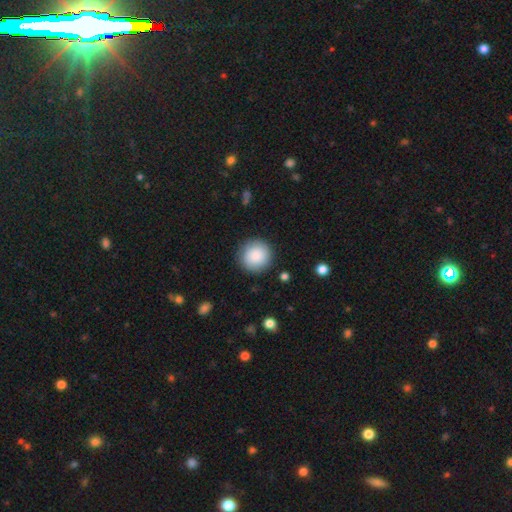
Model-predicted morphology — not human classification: The model was most divided on "smooth or featured": smooth: 87%, star or artifact: 7%, featured or disk: 5%. More confident: how rounded — round (95%); merging — none (89%).